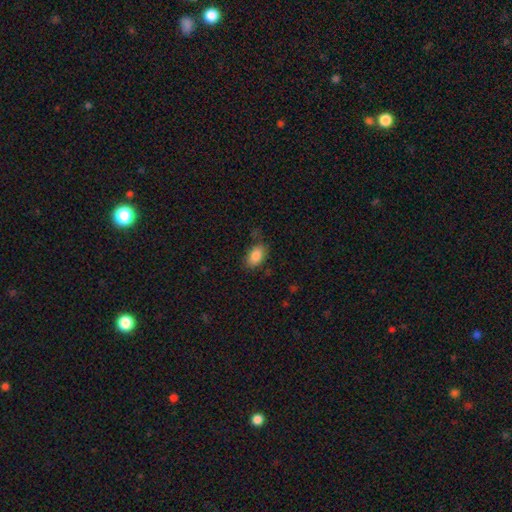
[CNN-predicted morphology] smooth 86%, star or artifact 8%, featured or disk 6%. Down the decision tree: how rounded — in between (91%); merging — none (77%).